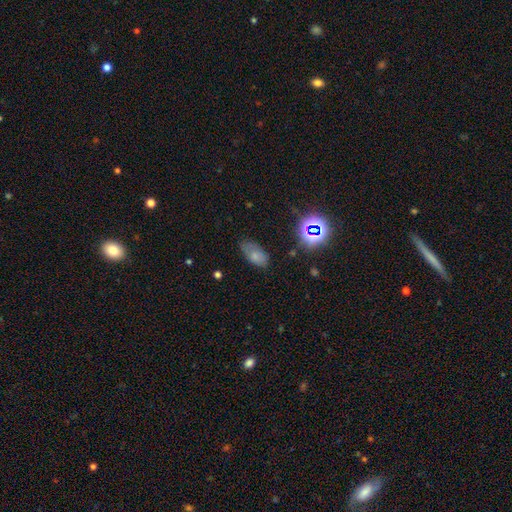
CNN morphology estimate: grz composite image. It shows a smooth galaxy with no disk features (70%) that is in between round and cigar-shaped (91%). Merging: none (63%).